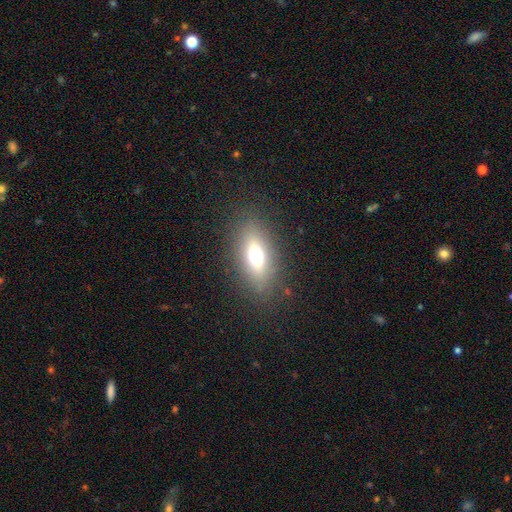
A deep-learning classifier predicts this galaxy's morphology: A smooth galaxy with no disk features (60%) that is in between round and cigar-shaped (73%).

Vote fractions:
- Smooth or featured? smooth: 60% / featured or disk: 27% / star or artifact: 13%
- How rounded? in between: 73% / cigar-shaped: 16% / round: 11%
- Merging? none: 84% / minor disturbance: 10% / major disturbance: 5% / merger: 1%